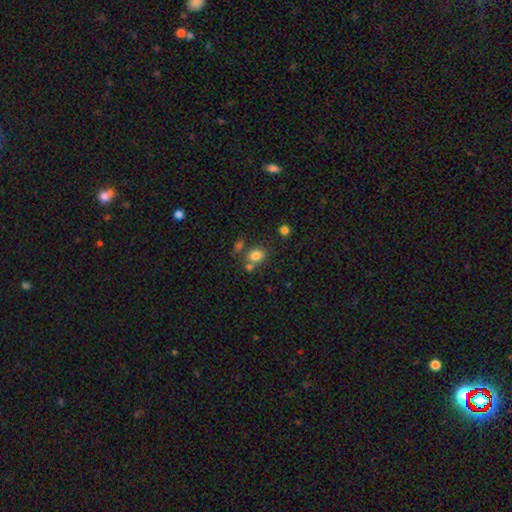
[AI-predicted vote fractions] This is clearly a smooth galaxy (81%). How rounded: possibly round (58%). Merging: likely none (61%).